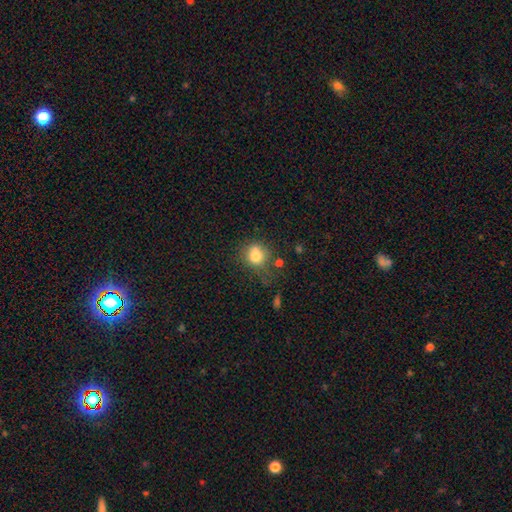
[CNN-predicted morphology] Smooth or featured?
  - smooth: 79% *
  - star or artifact: 11%
  - featured or disk: 10%
How rounded?
  - round: 72% *
  - in between: 27%
  - cigar-shaped: 1%
Merging?
  - none: 47% *
  - minor disturbance: 24%
  - major disturbance: 14%
  - merger: 14%